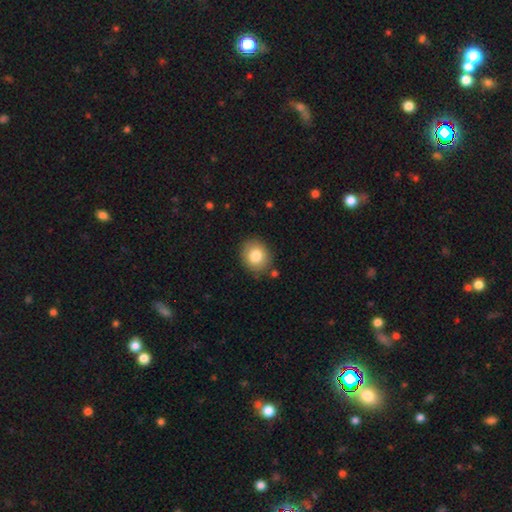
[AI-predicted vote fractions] A smooth galaxy with no disk features (81%) that is round (68%). Merging: none (86%).